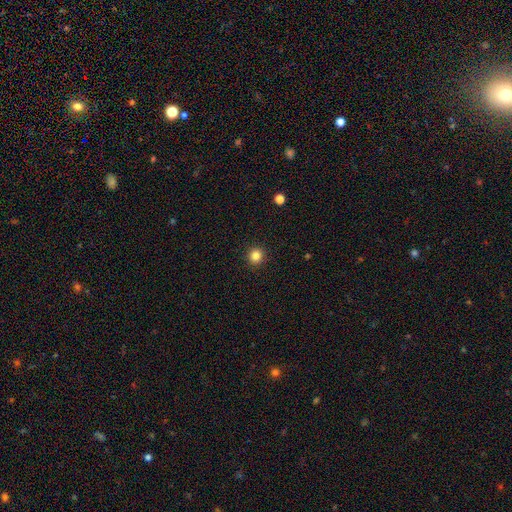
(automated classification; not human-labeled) This is clearly a smooth galaxy (84%). How rounded: clearly round (94%). Merging: clearly none (93%).